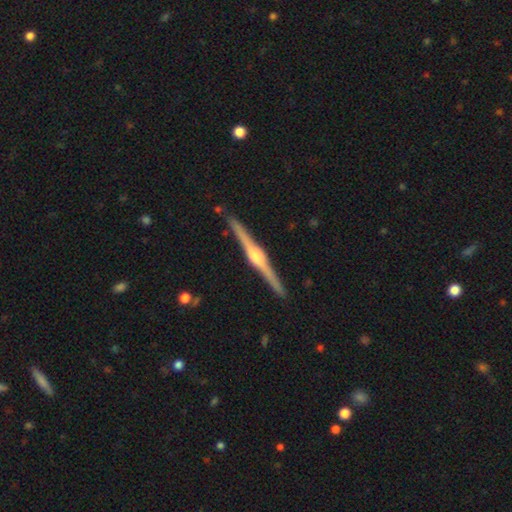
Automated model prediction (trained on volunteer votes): Smooth or featured: featured or disk — 88% (smooth — 8%)
Edge-on disk: yes — 99% (no — 1%)
Edge-on bulge: rounded — 87% (boxy — 9%)
Merging: none — 92% (minor disturbance — 5%)